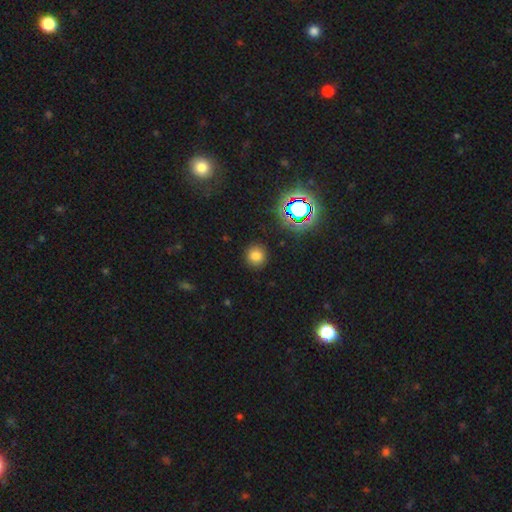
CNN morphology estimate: smooth_or_featured: smooth (p=0.74) [alt: star or artifact p=0.19]
how_rounded: round (p=0.91) [alt: in between p=0.08]
merging: none (p=0.89) [alt: minor disturbance p=0.07]